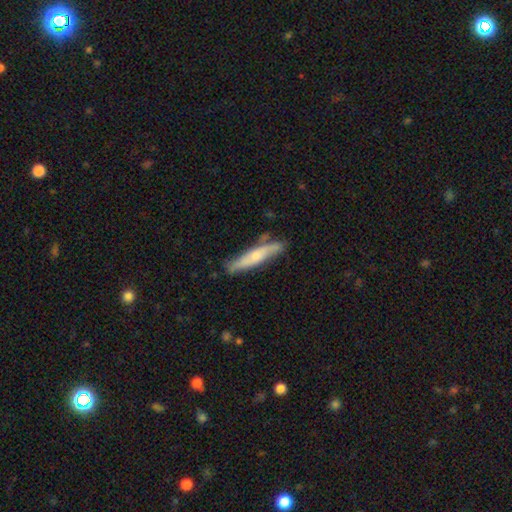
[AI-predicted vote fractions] smooth-or-featured: smooth: 52% | featured or disk: 42% | star or artifact: 6%
  how-rounded: cigar-shaped: 89% | in between: 10% | round: 1%
  merging: none: 76% | minor disturbance: 17% | merger: 3% | major disturbance: 3%